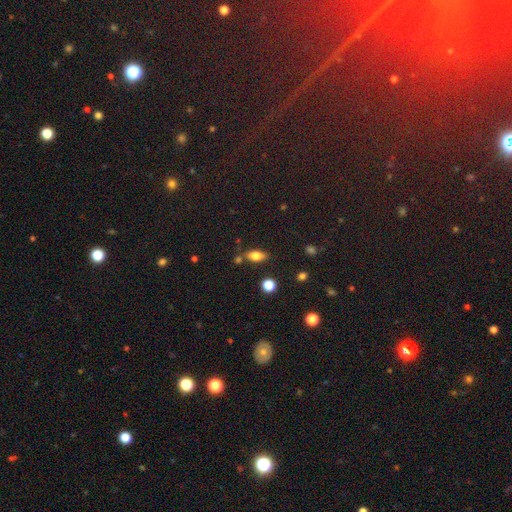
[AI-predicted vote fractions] smooth_or_featured: smooth (p=0.74) [alt: featured or disk p=0.16]
how_rounded: in between (p=0.82) [alt: cigar-shaped p=0.12]
merging: none (p=0.74) [alt: minor disturbance p=0.14]